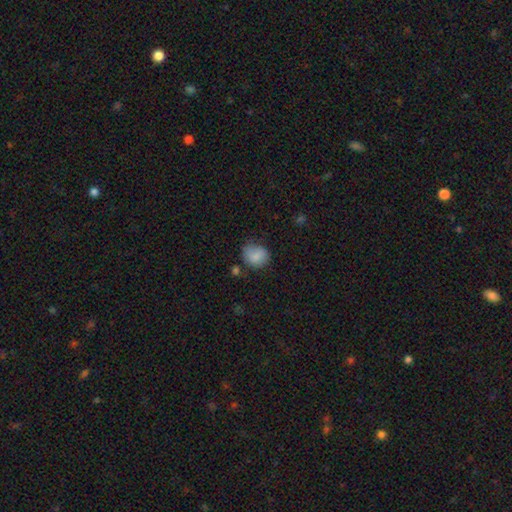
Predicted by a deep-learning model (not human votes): A smooth galaxy with no disk features (83%) that is round (64%). Merging: none (63%).